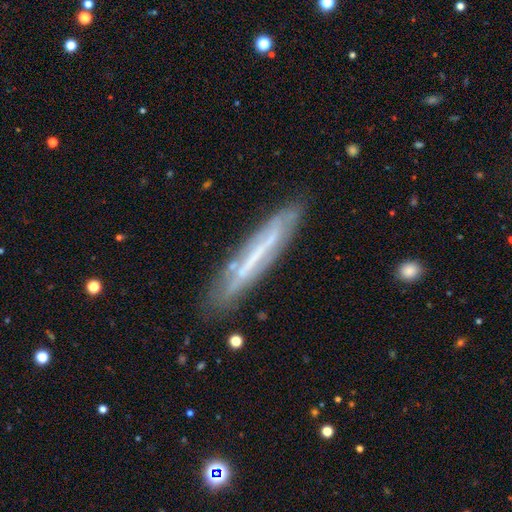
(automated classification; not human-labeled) This appears to be a featured or disk galaxy (65%) viewed edge-on (73%). Merging: none (79%).